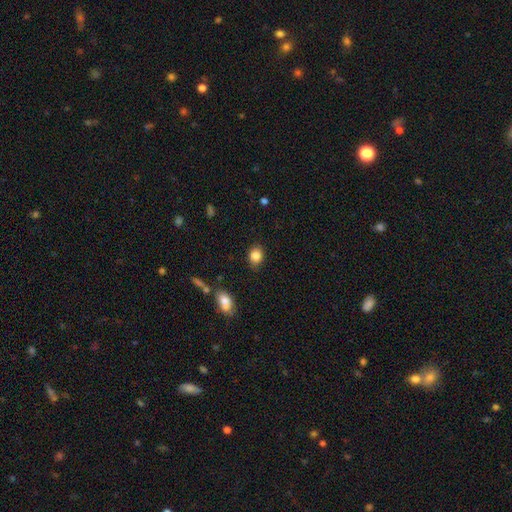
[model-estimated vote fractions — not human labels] Smooth or featured? Predicted: smooth (p=0.85). How rounded? Predicted: in between (p=0.50). Merging? Predicted: none (p=0.83).